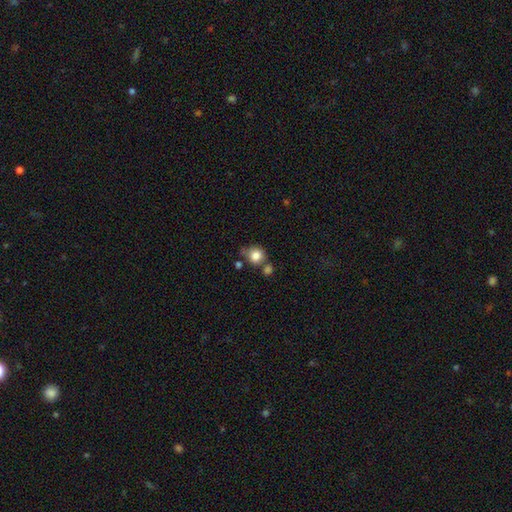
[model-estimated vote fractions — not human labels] smooth_or_featured: smooth (p=0.83) [alt: star or artifact p=0.10]
how_rounded: round (p=0.82) [alt: in between p=0.17]
merging: none (p=0.55) [alt: merger p=0.22]